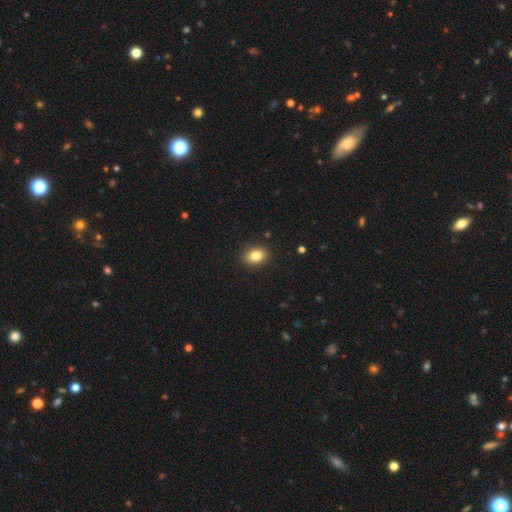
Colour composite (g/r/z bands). It shows a smooth galaxy with no disk features (90%) that is in between round and cigar-shaped (54%). Merging: none (86%).